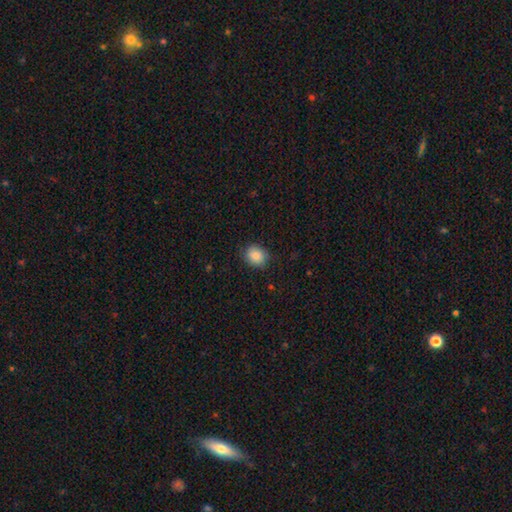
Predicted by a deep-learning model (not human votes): Q: Smooth or featured?
A: smooth (88%); runner-up: star or artifact (8%)
Q: How rounded?
A: round (67%); runner-up: in between (32%)
Q: Merging?
A: none (86%); runner-up: minor disturbance (11%)